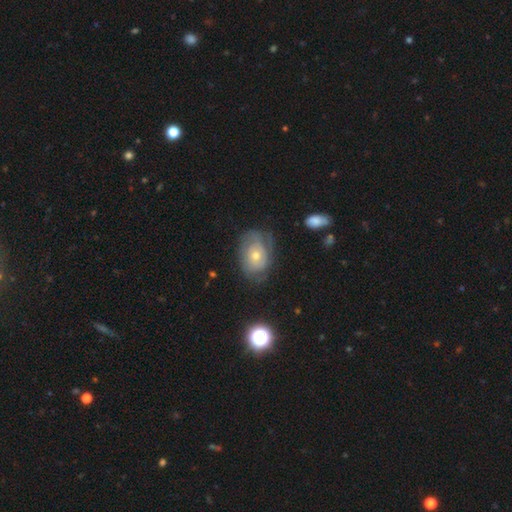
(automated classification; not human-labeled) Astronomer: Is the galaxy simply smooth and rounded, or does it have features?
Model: featured or disk — 59%.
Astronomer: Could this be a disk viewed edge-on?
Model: no — 95%.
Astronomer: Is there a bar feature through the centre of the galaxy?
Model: no — 83%.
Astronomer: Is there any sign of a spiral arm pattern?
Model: yes — 74%.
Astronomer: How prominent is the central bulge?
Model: small — 50% (runner-up: moderate, 46%).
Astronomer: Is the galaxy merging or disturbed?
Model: none — 64%.